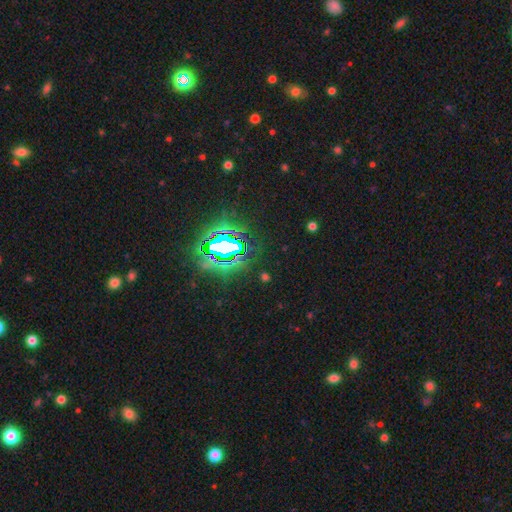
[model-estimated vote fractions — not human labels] Overall: star or artifact (85%).